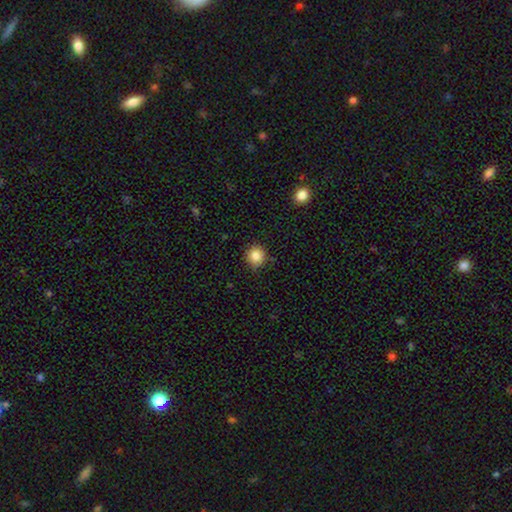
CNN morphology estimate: This appears to be a smooth galaxy with no disk features (84%) that is round (91%). Merging: none (86%).